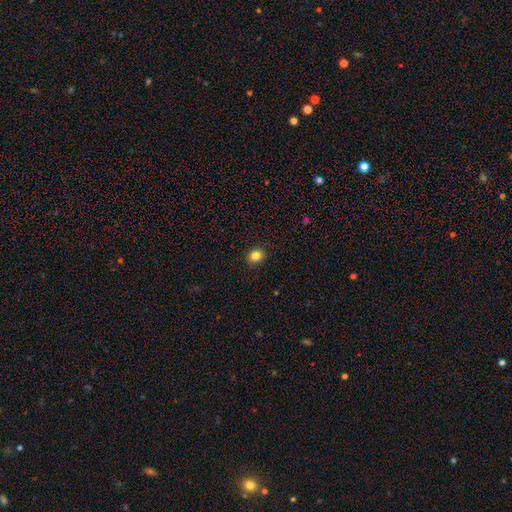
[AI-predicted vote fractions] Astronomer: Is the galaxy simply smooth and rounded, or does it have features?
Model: smooth — 84%.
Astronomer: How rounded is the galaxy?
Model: round — 77%.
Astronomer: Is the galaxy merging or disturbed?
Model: none — 92%.